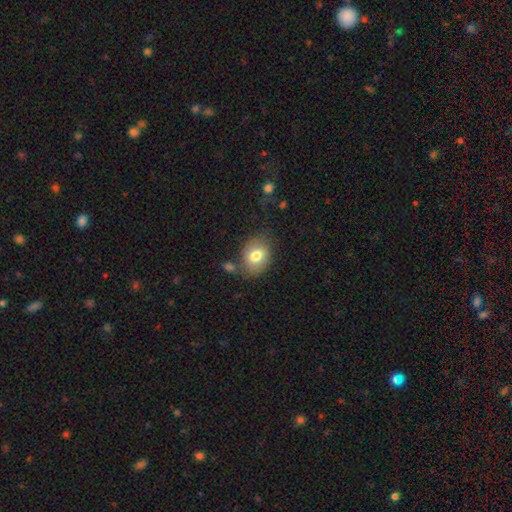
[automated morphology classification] This is likely a smooth galaxy (78%). How rounded: possibly in between (51%). Merging: likely none (65%).